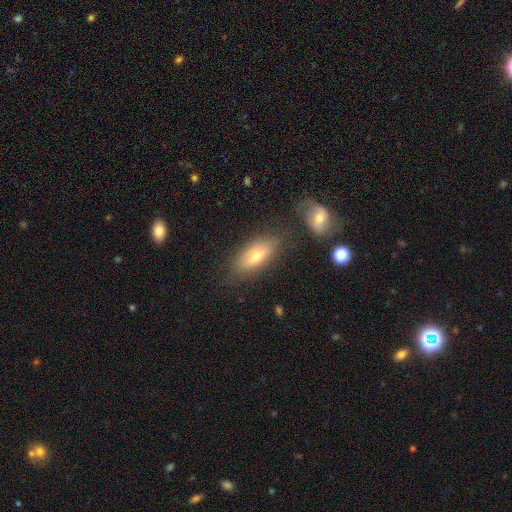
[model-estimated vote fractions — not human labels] smooth 59%, featured or disk 32%, star or artifact 9%. Down the decision tree: how rounded — in between (74%); merging — none (74%).